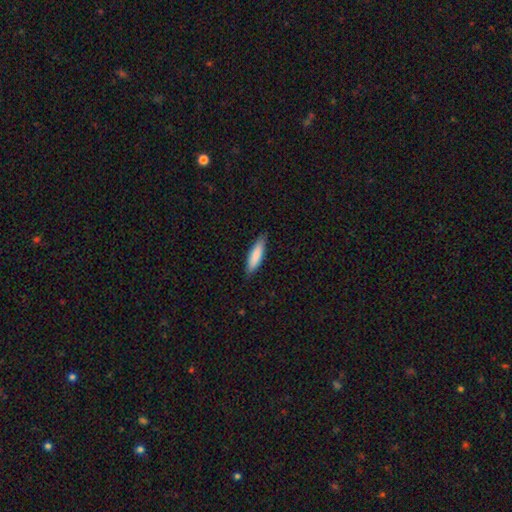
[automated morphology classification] smooth 82%, featured or disk 12%, star or artifact 5%. Down the decision tree: how rounded — cigar-shaped (70%); merging — none (85%).